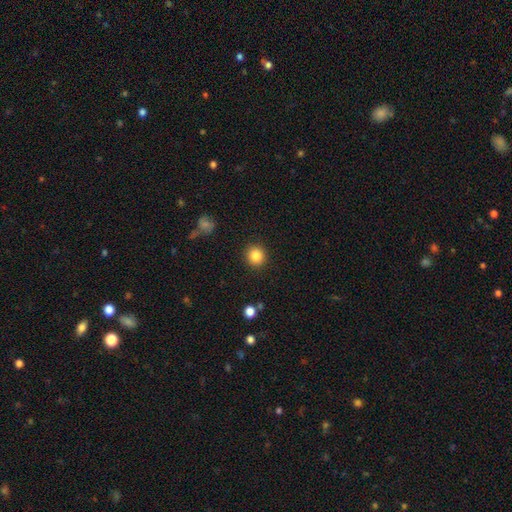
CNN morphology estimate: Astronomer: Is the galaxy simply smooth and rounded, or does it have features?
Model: smooth — 85%.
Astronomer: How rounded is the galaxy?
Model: round — 91%.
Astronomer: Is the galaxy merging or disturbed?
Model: none — 91%.